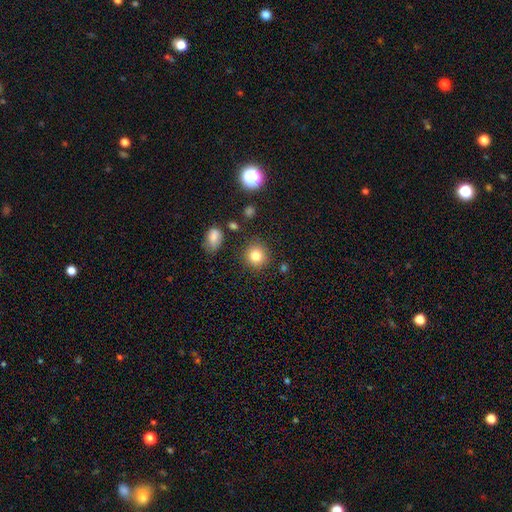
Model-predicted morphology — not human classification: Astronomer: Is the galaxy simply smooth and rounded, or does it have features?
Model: smooth — 81%.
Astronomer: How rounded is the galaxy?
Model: round — 90%.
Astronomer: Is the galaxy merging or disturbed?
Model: none — 86%.